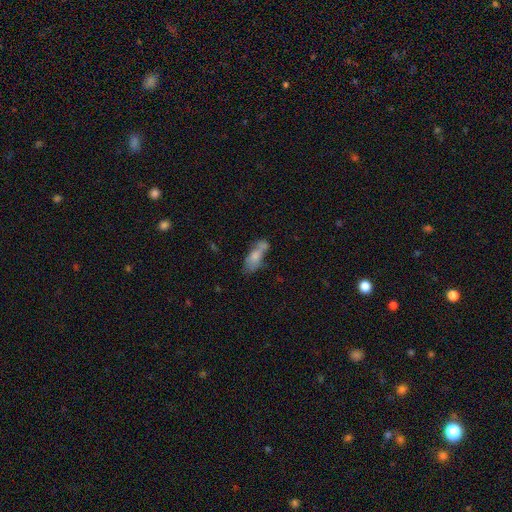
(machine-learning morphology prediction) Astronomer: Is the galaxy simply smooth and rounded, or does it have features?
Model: smooth — 66%.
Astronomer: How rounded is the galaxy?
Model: in between — 76%.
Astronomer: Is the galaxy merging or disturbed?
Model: merger — 36% (runner-up: none, 31%).